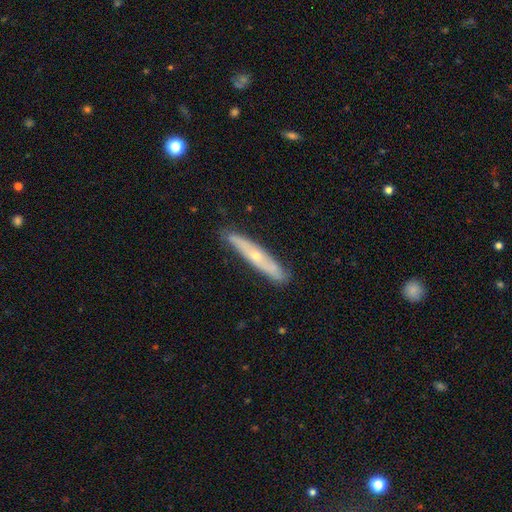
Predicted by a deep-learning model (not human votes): Smooth or featured? Predicted: featured or disk (p=0.59). Edge-on disk? Predicted: yes (p=0.75). Merging? Predicted: none (p=0.83).